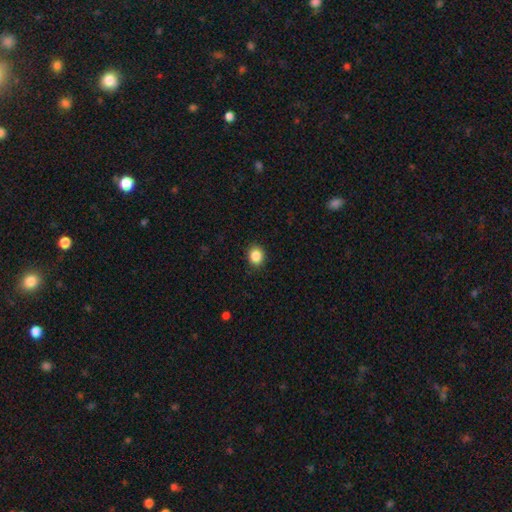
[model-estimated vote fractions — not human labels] This is clearly a smooth galaxy (87%). How rounded: likely round (72%). Merging: clearly none (89%).